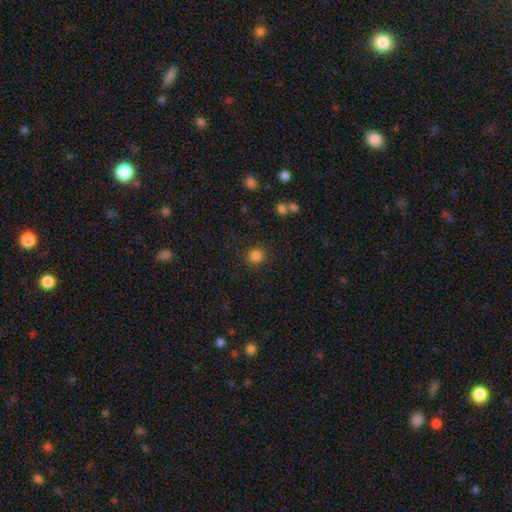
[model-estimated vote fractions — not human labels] Smooth or featured? smooth (84%)
How rounded? round (92%)
Merging? none (88%)